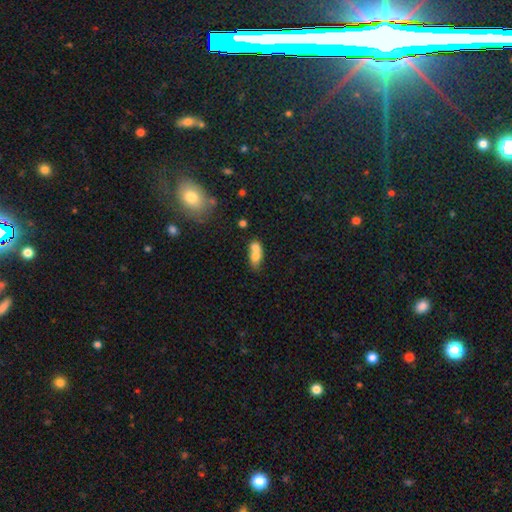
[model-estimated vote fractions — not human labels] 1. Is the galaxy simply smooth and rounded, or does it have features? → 69% smooth, 21% featured or disk, 9% star or artifact.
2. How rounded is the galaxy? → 63% in between, 31% round, 6% cigar-shaped.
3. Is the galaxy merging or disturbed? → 69% merger, 20% none, 7% minor disturbance, 4% major disturbance.